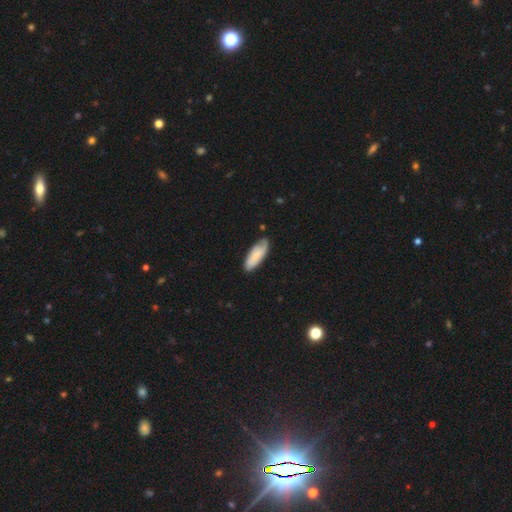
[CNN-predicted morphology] smooth 69%, featured or disk 25%, star or artifact 6%. Down the decision tree: how rounded — in between (68%); merging — none (72%).